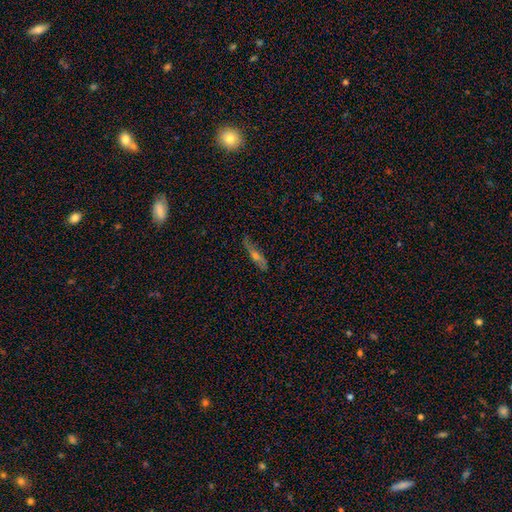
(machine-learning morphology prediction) Smooth or featured: featured or disk — 58% (smooth — 32%)
Edge-on disk: yes — 74% (no — 26%)
Merging: none — 75% (minor disturbance — 18%)